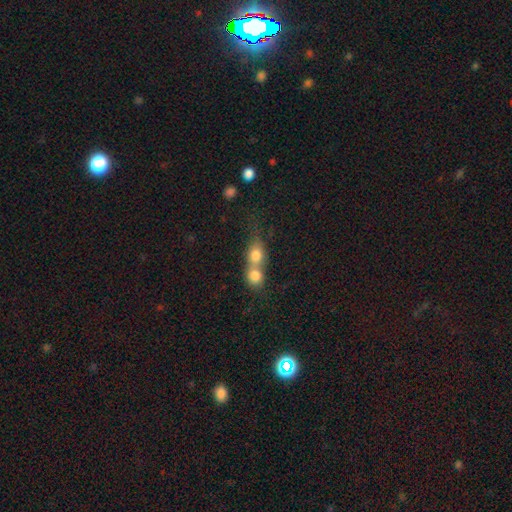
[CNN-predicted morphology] Smooth or featured?
  - smooth: 76% *
  - featured or disk: 15%
  - star or artifact: 10%
How rounded?
  - round: 66% *
  - in between: 31%
  - cigar-shaped: 3%
Merging?
  - merger: 75% *
  - none: 18%
  - minor disturbance: 4%
  - major disturbance: 3%